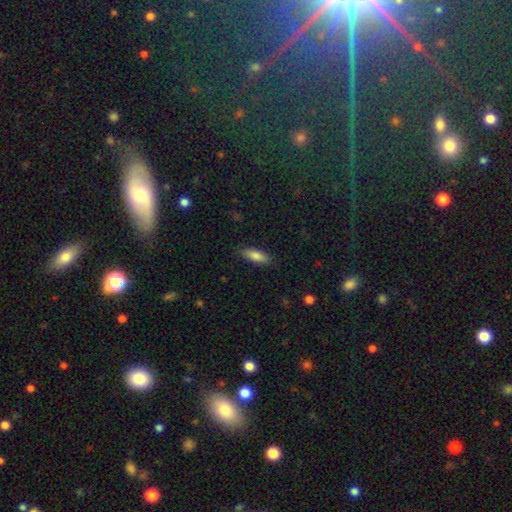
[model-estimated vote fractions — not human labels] Morphology: type=smooth (82%); roundness=in between (64%); merging=none (85%).